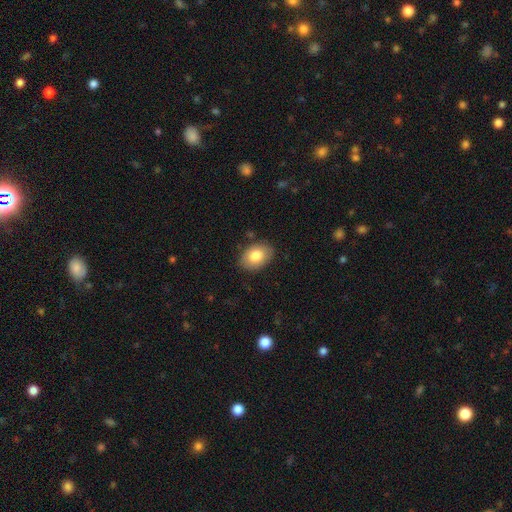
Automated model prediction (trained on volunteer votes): Smooth or featured?
  - smooth: 81% *
  - featured or disk: 12%
  - star or artifact: 7%
How rounded?
  - in between: 82% *
  - round: 17%
  - cigar-shaped: 1%
Merging?
  - none: 84% *
  - minor disturbance: 12%
  - major disturbance: 3%
  - merger: 1%